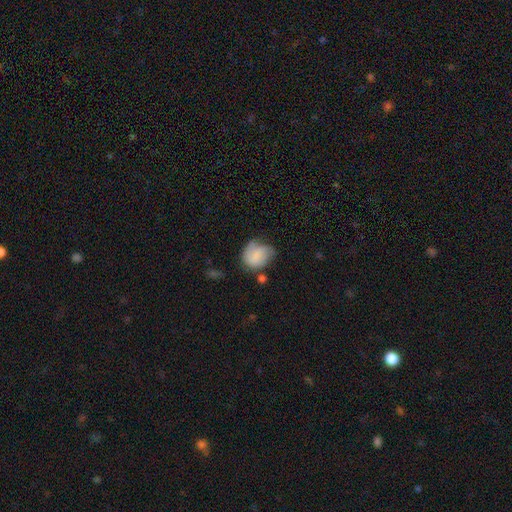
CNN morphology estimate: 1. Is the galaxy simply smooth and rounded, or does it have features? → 65% smooth, 27% featured or disk, 8% star or artifact.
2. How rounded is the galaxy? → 61% round, 38% in between, 1% cigar-shaped.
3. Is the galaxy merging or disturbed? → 39% none, 36% minor disturbance, 20% major disturbance, 5% merger.